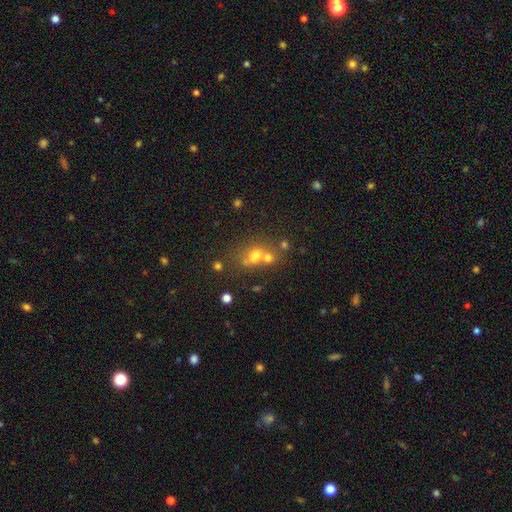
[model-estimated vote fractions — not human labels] This is possibly a smooth galaxy (54%). How rounded: possibly round (57%). Merging: possibly merger (49%).